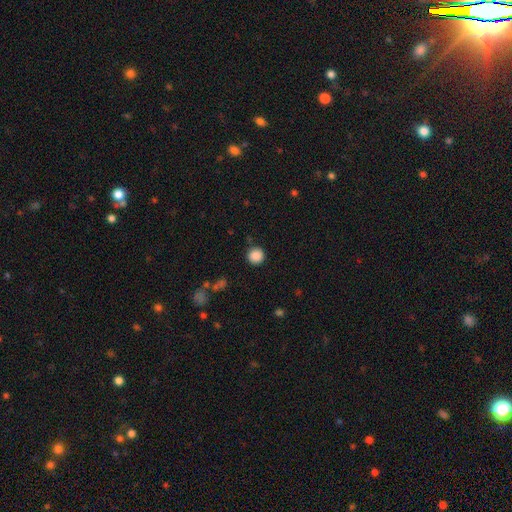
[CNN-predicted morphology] Q: Smooth or featured?
A: smooth (87%); runner-up: star or artifact (10%)
Q: How rounded?
A: round (94%); runner-up: in between (5%)
Q: Merging?
A: none (88%); runner-up: minor disturbance (7%)